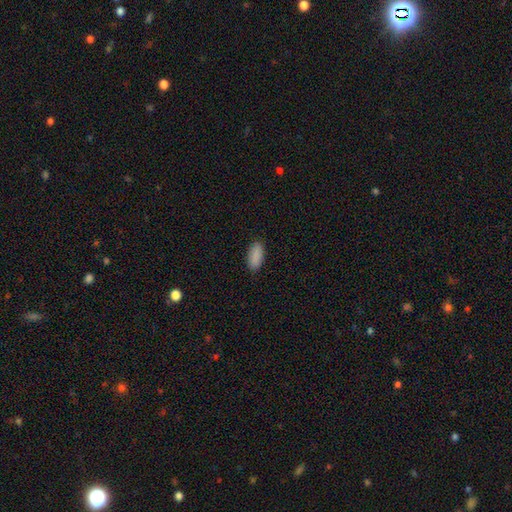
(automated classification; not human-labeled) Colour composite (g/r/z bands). It shows a smooth galaxy with no disk features (90%) that is in between round and cigar-shaped (87%). Merging: none (88%).